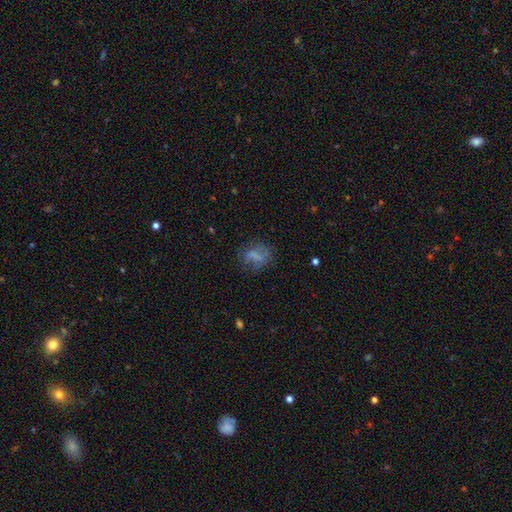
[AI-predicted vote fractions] Overall: smooth (51%; featured or disk 34%). How rounded: in between (55%; round 40%). Merging: none (57%; minor disturbance 21%).